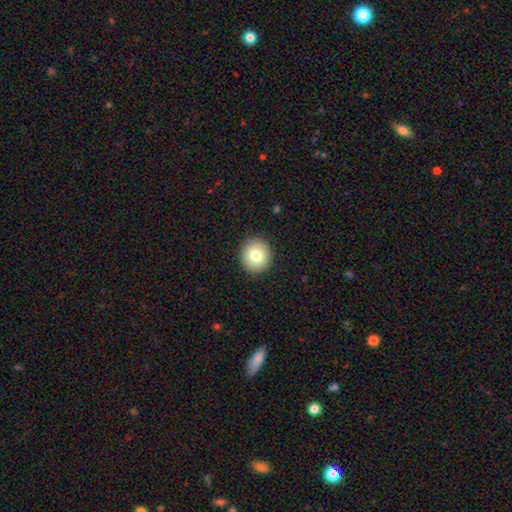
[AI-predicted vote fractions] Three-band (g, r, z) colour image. It shows a smooth galaxy with no disk features (79%) that is round (91%). Merging: none (92%).